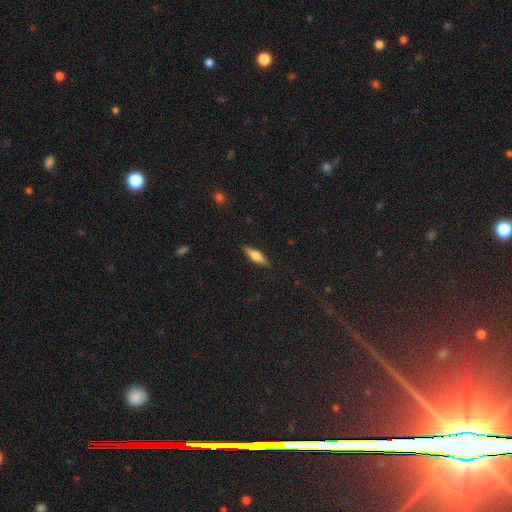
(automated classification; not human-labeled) This appears to be a smooth galaxy with no disk features (56%) that is cigar-shaped (60%). Merging: none (88%).